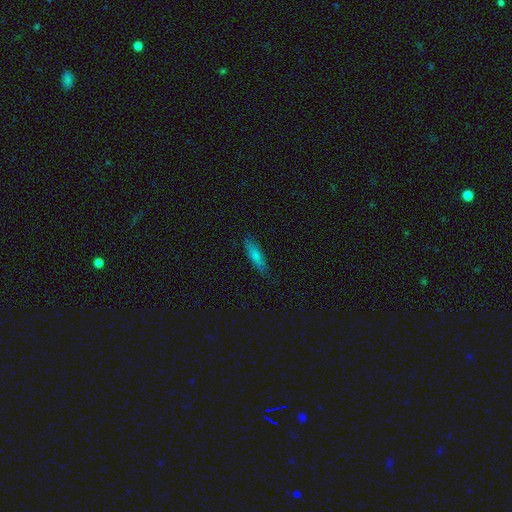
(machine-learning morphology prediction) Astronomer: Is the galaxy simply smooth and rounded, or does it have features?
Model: smooth — 73%.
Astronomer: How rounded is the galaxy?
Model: cigar-shaped — 60% (runner-up: in between, 38%).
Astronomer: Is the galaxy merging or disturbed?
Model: none — 82%.